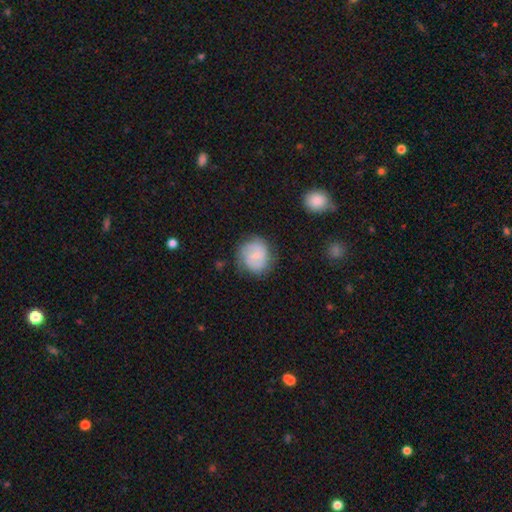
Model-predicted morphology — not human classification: Smooth or featured? featured or disk (49%)
Merging? none (72%)